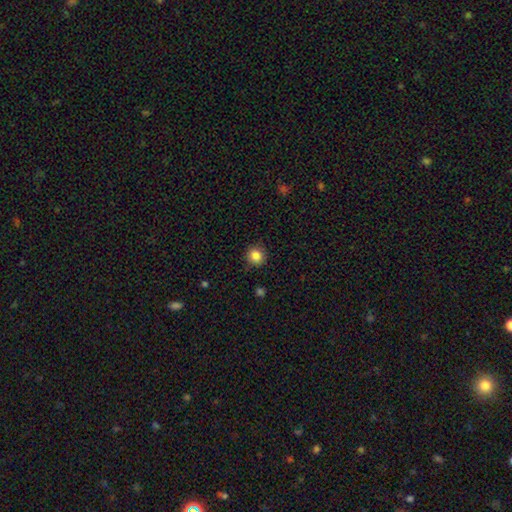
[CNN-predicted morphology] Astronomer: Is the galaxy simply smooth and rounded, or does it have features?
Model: smooth — 85%.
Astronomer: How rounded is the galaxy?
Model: round — 92%.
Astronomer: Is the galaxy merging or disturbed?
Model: none — 90%.